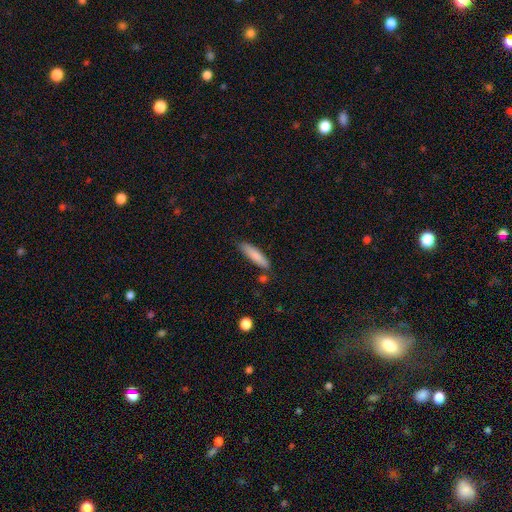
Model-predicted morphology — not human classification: smooth-or-featured: smooth: 83% | featured or disk: 11% | star or artifact: 6%
  how-rounded: cigar-shaped: 76% | in between: 23% | round: 1%
  merging: none: 80% | minor disturbance: 13% | merger: 4% | major disturbance: 3%